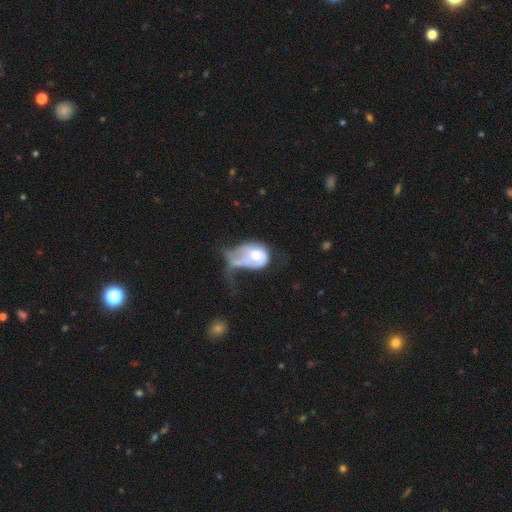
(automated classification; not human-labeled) Smooth or featured: smooth — 49% (featured or disk — 43%)
Merging: major disturbance — 54% (merger — 24%)